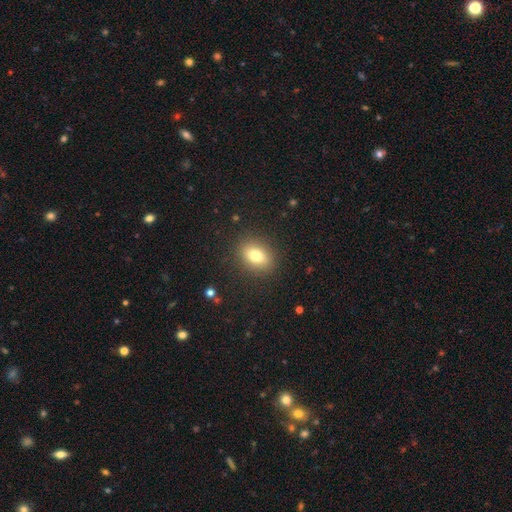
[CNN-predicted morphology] type=smooth (77%); roundness=in between (67%); merging=none (87%).